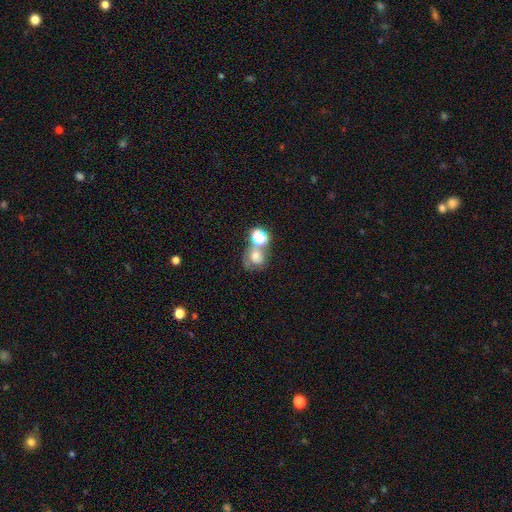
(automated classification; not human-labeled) Smooth or featured: smooth — 53% (featured or disk — 28%)
How rounded: round — 72% (in between — 27%)
Merging: none — 39% (merger — 38%)